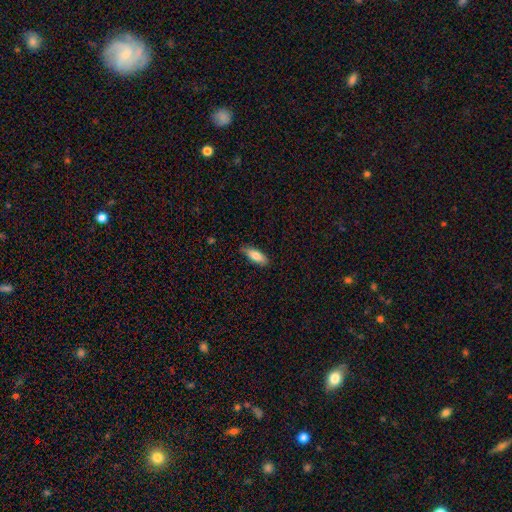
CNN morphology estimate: Q: Smooth or featured?
A: smooth (78%); runner-up: featured or disk (15%)
Q: How rounded?
A: in between (62%); runner-up: cigar-shaped (36%)
Q: Merging?
A: none (80%); runner-up: minor disturbance (16%)